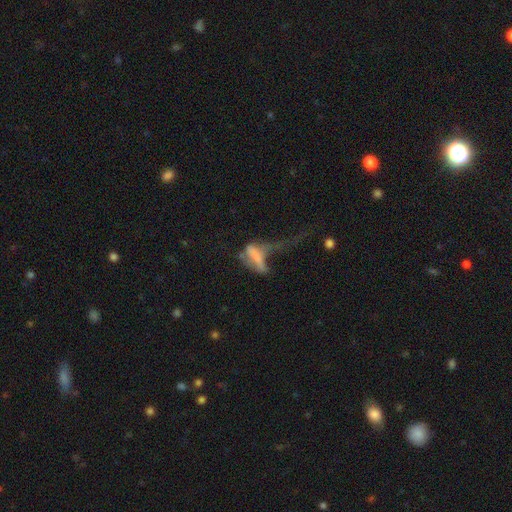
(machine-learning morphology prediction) A smooth galaxy with no disk features (52%) that is in between round and cigar-shaped (67%).

Vote fractions:
- Smooth or featured? smooth: 52% / featured or disk: 35% / star or artifact: 13%
- How rounded? in between: 67% / cigar-shaped: 27% / round: 6%
- Merging? major disturbance: 64% / merger: 13% / none: 12% / minor disturbance: 11%